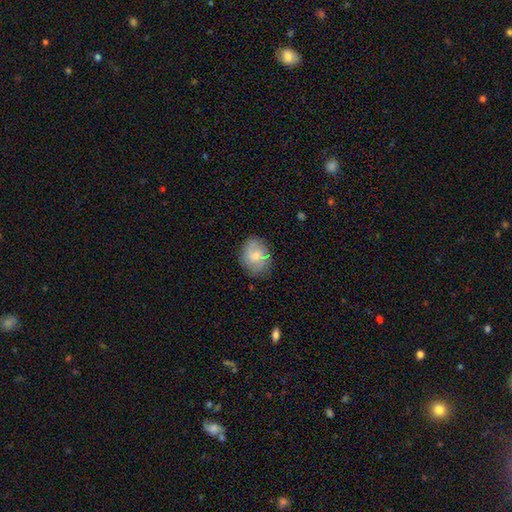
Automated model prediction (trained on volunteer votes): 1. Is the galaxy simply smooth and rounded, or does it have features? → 53% smooth, 39% featured or disk, 8% star or artifact.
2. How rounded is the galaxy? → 55% round, 44% in between, 1% cigar-shaped.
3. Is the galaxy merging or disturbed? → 76% none, 18% minor disturbance, 5% major disturbance, 1% merger.